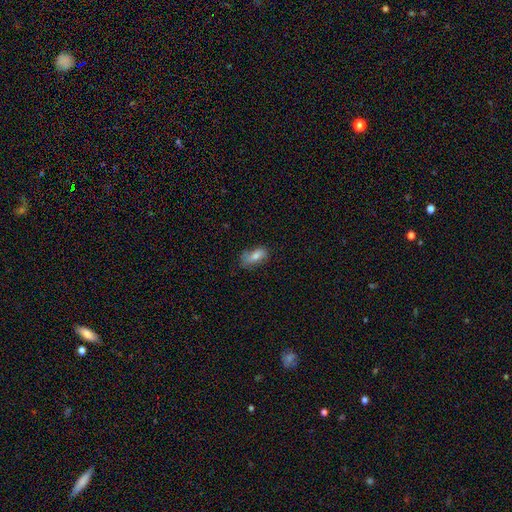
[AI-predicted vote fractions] A smooth galaxy with no disk features (72%) that is in between round and cigar-shaped (86%).

Vote fractions:
- Smooth or featured? smooth: 72% / featured or disk: 19% / star or artifact: 9%
- How rounded? in between: 86% / cigar-shaped: 8% / round: 5%
- Merging? none: 54% / minor disturbance: 30% / major disturbance: 13% / merger: 3%